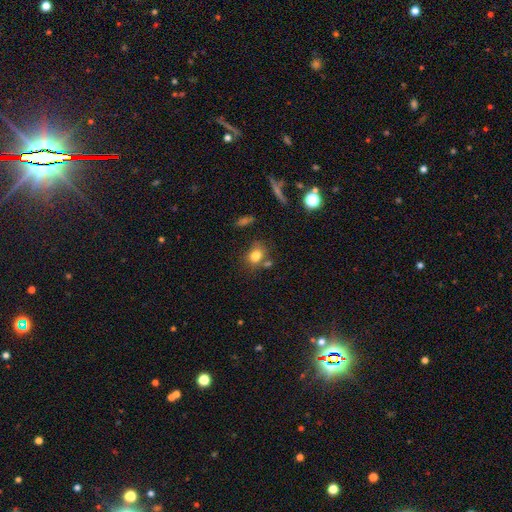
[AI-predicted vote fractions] A smooth galaxy with no disk features (79%) that is in between round and cigar-shaped (52%).

Vote fractions:
- Smooth or featured? smooth: 79% / star or artifact: 11% / featured or disk: 9%
- How rounded? in between: 52% / round: 46% / cigar-shaped: 2%
- Merging? none: 64% / minor disturbance: 17% / merger: 14% / major disturbance: 6%